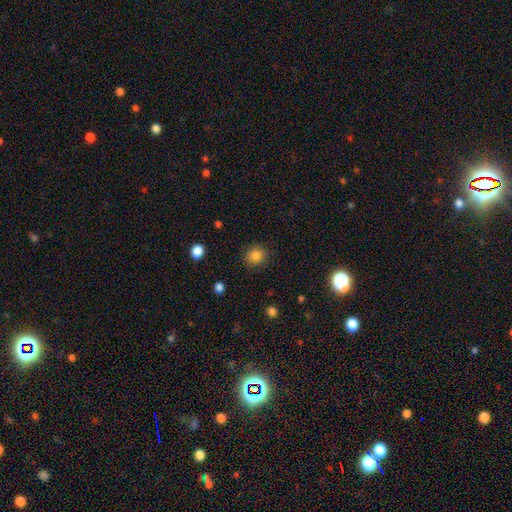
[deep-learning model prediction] This appears to be a smooth galaxy with no disk features (82%) that is round (83%). Merging: none (89%).